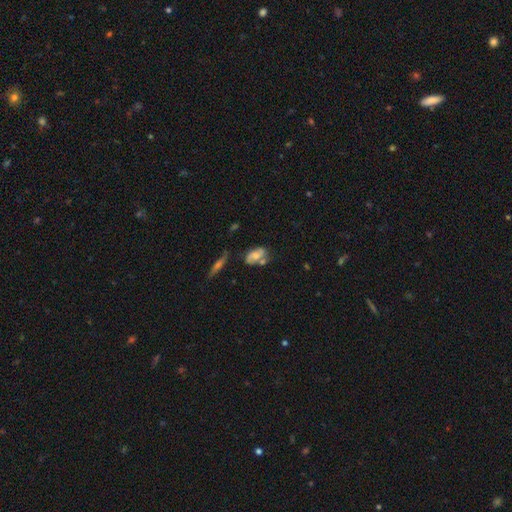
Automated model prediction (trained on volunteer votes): Q: Smooth or featured?
A: smooth (49%); runner-up: featured or disk (42%)
Q: Merging?
A: none (49%); runner-up: minor disturbance (23%)